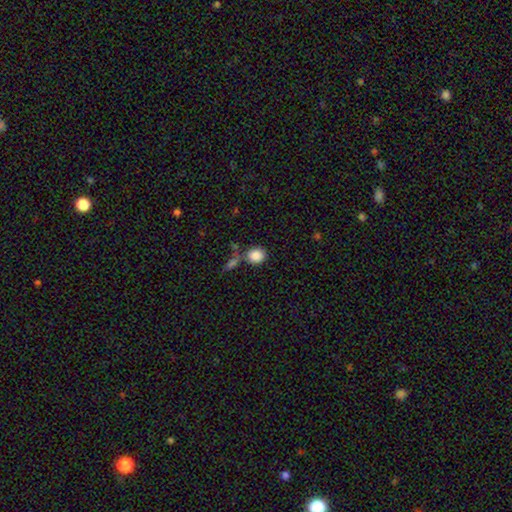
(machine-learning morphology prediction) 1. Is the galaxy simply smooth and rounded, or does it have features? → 87% smooth, 8% star or artifact, 5% featured or disk.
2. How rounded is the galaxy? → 70% round, 28% in between, 2% cigar-shaped.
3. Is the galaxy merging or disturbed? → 63% none, 19% merger, 13% minor disturbance, 5% major disturbance.